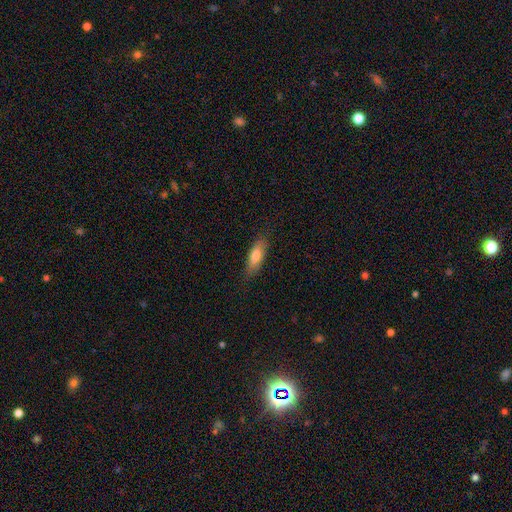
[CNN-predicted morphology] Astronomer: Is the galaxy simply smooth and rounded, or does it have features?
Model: smooth — 75%.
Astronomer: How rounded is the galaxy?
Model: in between — 60% (runner-up: cigar-shaped, 38%).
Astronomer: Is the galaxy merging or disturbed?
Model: none — 80%.